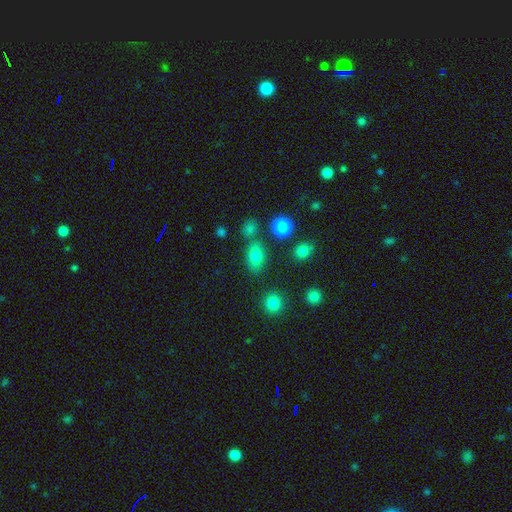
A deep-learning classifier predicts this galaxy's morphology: smooth_or_featured: smooth (p=0.79) [alt: star or artifact p=0.13]
how_rounded: in between (p=0.81) [alt: round p=0.16]
merging: none (p=0.72) [alt: minor disturbance p=0.13]